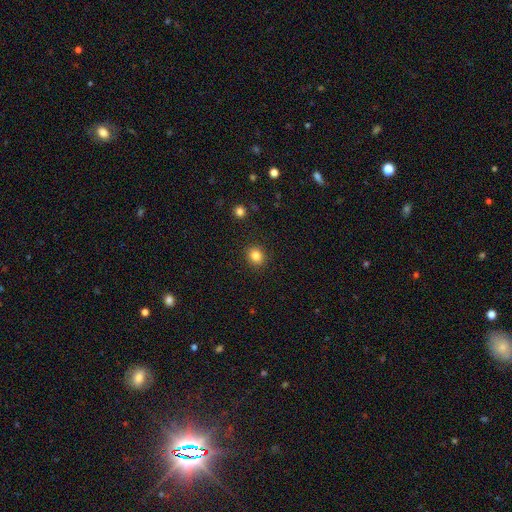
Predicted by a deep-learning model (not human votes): Smooth or featured? Predicted: smooth (p=0.84). How rounded? Predicted: round (p=0.76). Merging? Predicted: none (p=0.91).